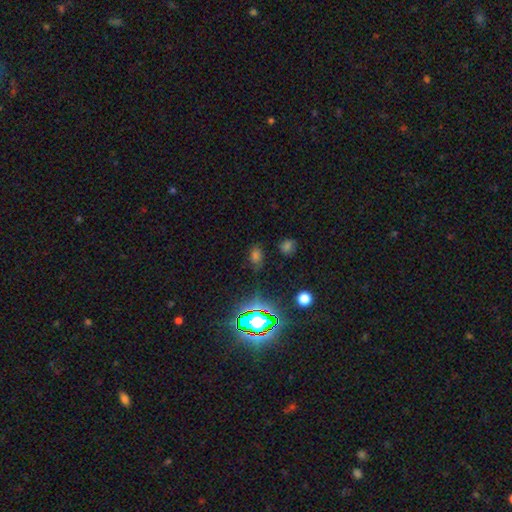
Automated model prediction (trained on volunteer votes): Smooth or featured? Predicted: smooth (p=0.50). How rounded? Predicted: in between (p=0.72). Merging? Predicted: none (p=0.76).